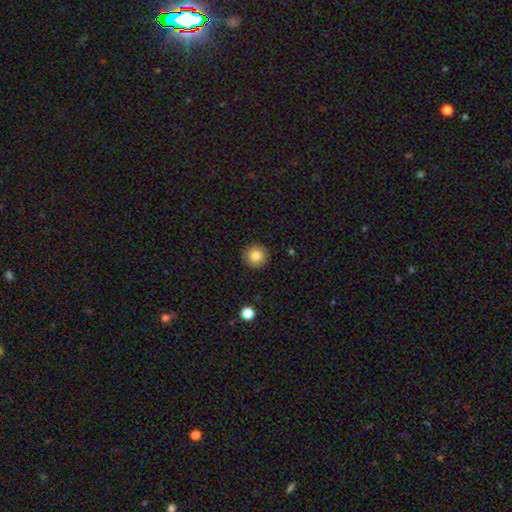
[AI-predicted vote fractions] smooth 82%, star or artifact 10%, featured or disk 8%. Down the decision tree: how rounded — round (95%); merging — none (92%).